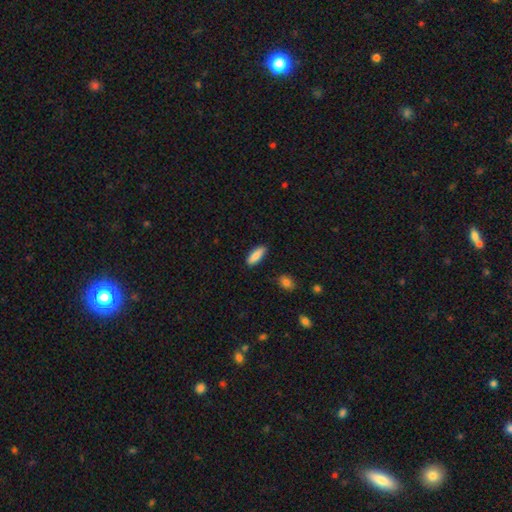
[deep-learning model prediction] Morphology: type=smooth (87%); roundness=in between (61%); merging=none (86%).